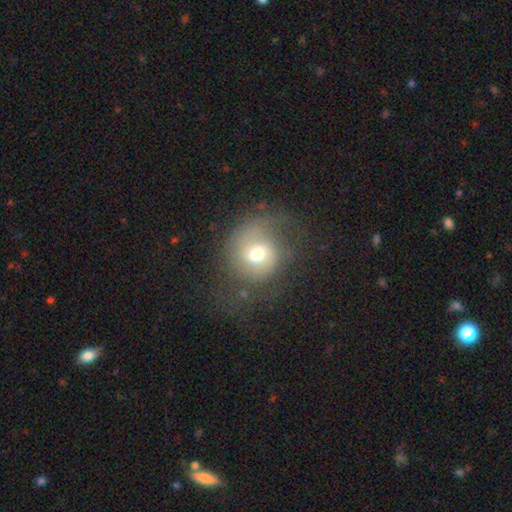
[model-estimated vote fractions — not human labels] Q: Smooth or featured?
A: featured or disk (46%); runner-up: smooth (44%)
Q: Merging?
A: none (48%); runner-up: major disturbance (27%)